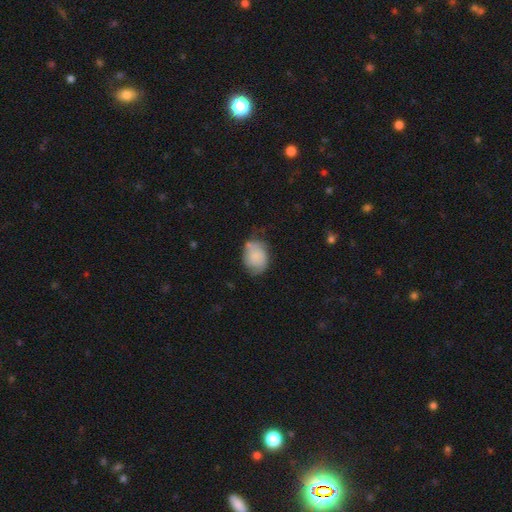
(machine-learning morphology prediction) Smooth or featured? Predicted: smooth (p=0.63). How rounded? Predicted: in between (p=0.63). Merging? Predicted: none (p=0.53).